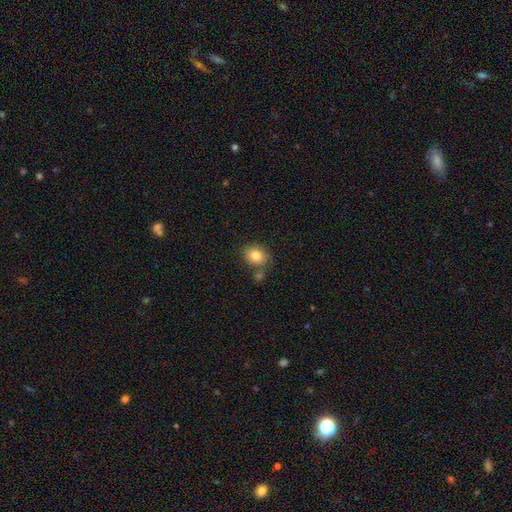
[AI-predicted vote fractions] Overall: smooth (83%). How rounded: round (54%; in between 45%). Merging: none (63%).